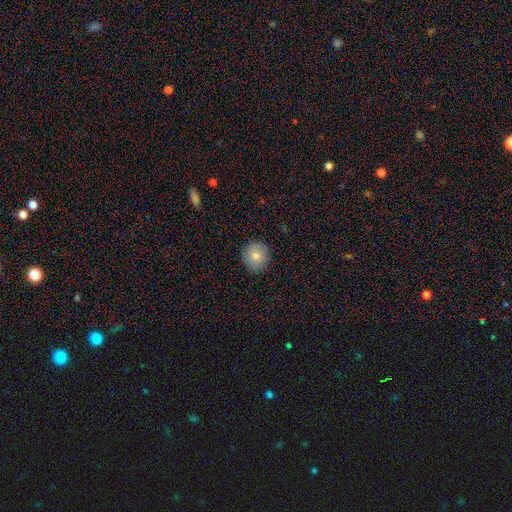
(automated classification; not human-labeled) Smooth or featured: smooth — 76% (featured or disk — 14%)
How rounded: round — 90% (in between — 9%)
Merging: none — 89% (minor disturbance — 8%)